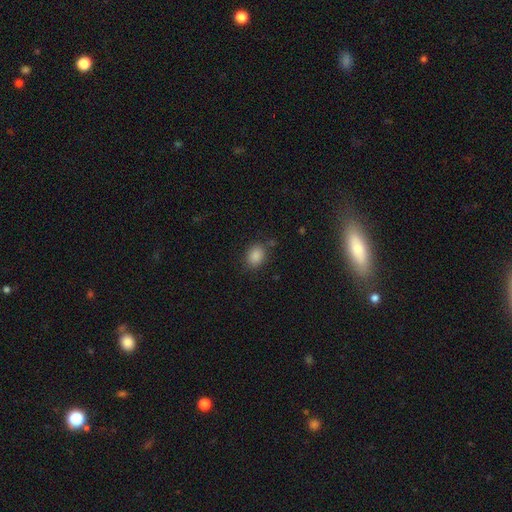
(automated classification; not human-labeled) Q: Smooth or featured?
A: smooth (86%); runner-up: star or artifact (10%)
Q: How rounded?
A: in between (61%); runner-up: round (37%)
Q: Merging?
A: none (78%); runner-up: minor disturbance (14%)